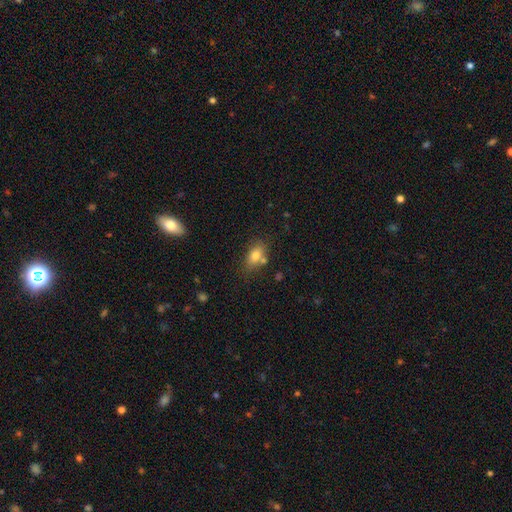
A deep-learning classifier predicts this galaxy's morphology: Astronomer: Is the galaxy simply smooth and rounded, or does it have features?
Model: smooth — 77%.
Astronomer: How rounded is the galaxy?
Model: in between — 82%.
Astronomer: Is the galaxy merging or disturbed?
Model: none — 63%.